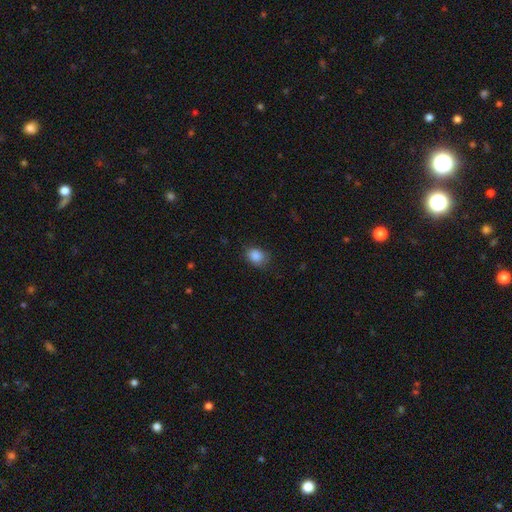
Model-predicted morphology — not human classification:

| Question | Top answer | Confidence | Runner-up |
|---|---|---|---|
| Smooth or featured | smooth | 87% | star or artifact (9%) |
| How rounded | in between | 64% | round (35%) |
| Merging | none | 79% | minor disturbance (16%) |